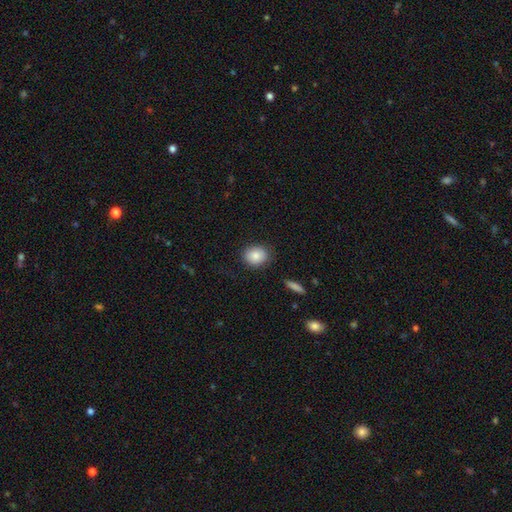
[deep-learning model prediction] Overall: smooth (85%). How rounded: round (61%; in between 38%). Merging: none (83%).